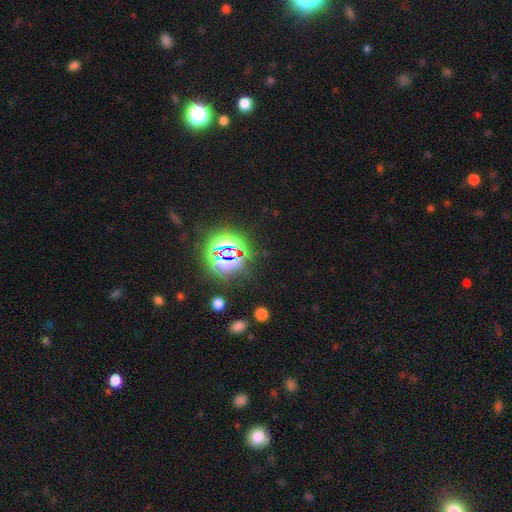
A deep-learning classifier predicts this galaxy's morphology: Q: Smooth or featured?
A: star or artifact (83%); runner-up: smooth (11%)